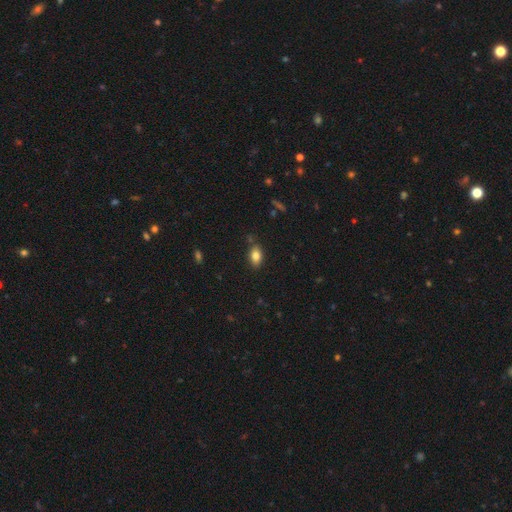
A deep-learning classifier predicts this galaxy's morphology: This appears to be a smooth galaxy with no disk features (83%) that is in between round and cigar-shaped (88%). Merging: none (80%).